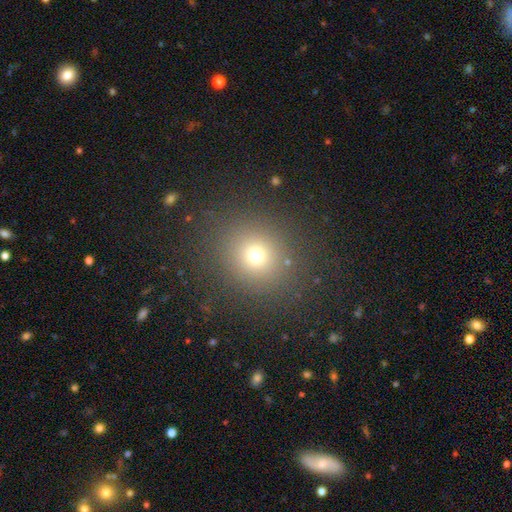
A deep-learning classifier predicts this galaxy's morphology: Q: Smooth or featured?
A: smooth (70%); runner-up: star or artifact (21%)
Q: How rounded?
A: round (85%); runner-up: in between (14%)
Q: Merging?
A: none (86%); runner-up: minor disturbance (8%)